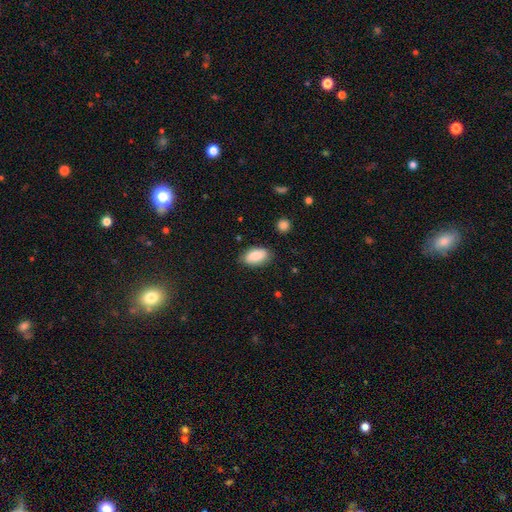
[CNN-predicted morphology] This appears to be a smooth galaxy with no disk features (86%) that is in between round and cigar-shaped (93%). Merging: none (82%).